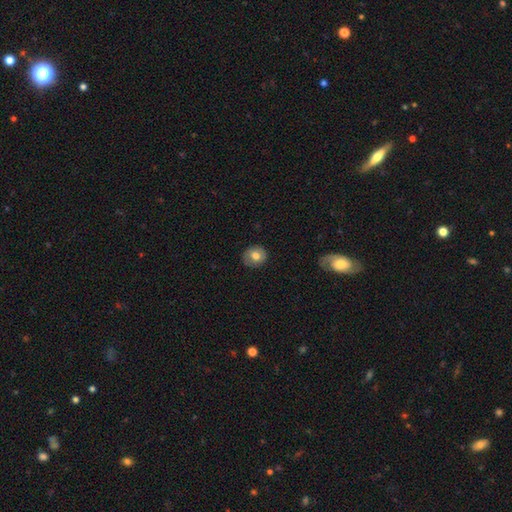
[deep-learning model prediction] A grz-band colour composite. It shows a smooth galaxy with no disk features (75%) that is round (80%). Merging: none (86%).